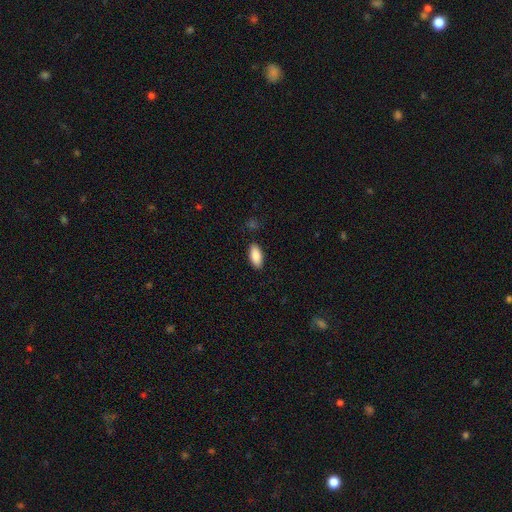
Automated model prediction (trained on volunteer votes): Morphology: type=smooth (88%); roundness=in between (89%); merging=none (87%).